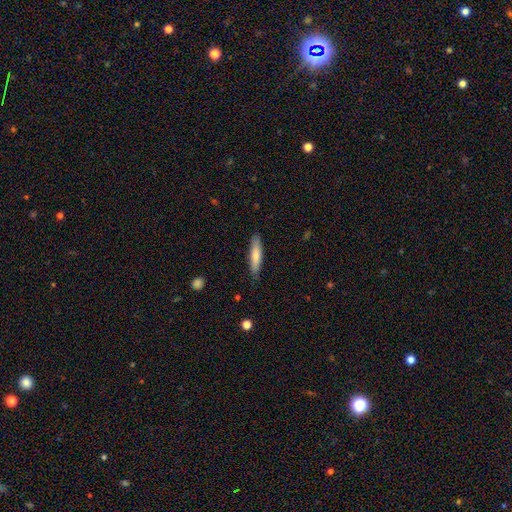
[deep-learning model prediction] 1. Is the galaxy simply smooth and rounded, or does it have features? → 74% smooth, 21% featured or disk, 6% star or artifact.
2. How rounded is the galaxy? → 81% cigar-shaped, 18% in between, 1% round.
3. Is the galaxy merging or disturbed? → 85% none, 12% minor disturbance, 2% major disturbance, 1% merger.